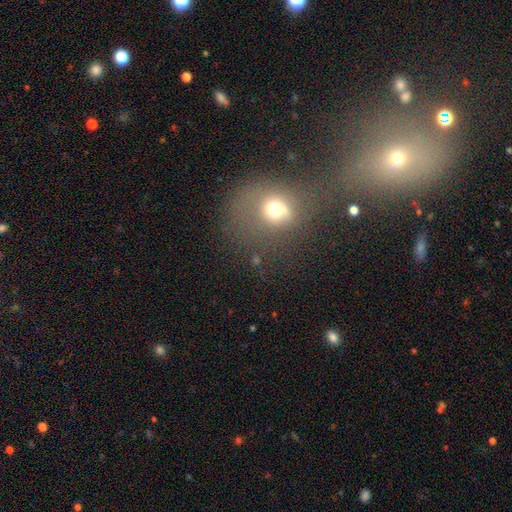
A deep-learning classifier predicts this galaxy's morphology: Overall: smooth (56%; star or artifact 25%). How rounded: round (70%). Merging: merger (44%; none 31%).